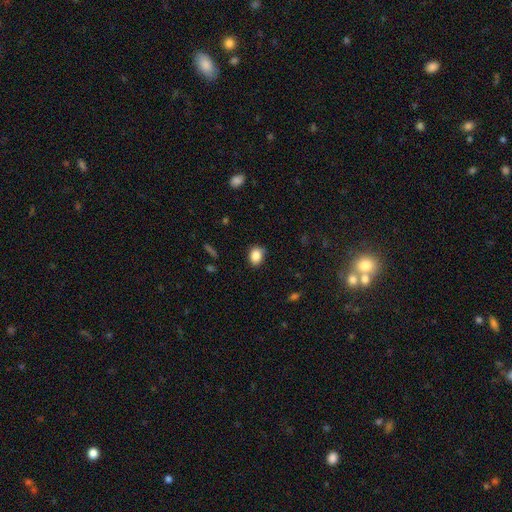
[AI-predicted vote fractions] Smooth or featured? smooth (86%)
How rounded? in between (60%)
Merging? none (79%)